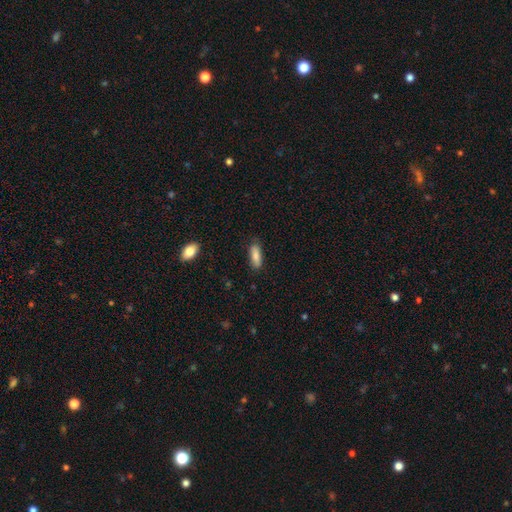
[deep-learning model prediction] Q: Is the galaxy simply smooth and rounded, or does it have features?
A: smooth — 84%.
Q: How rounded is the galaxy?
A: in between — 62%.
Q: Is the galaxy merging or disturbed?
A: none — 83%.